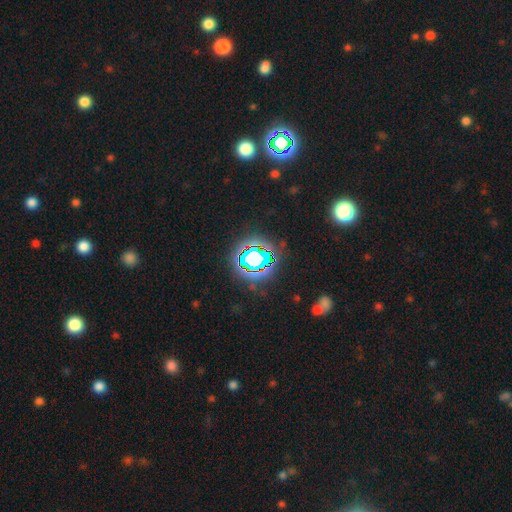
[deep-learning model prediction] Morphology: type=star or artifact (79%).